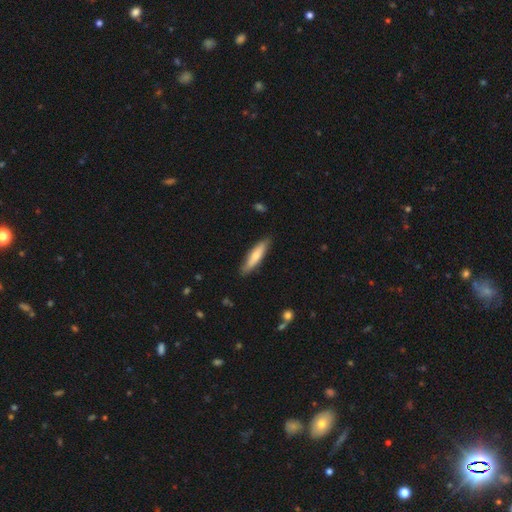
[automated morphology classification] smooth 65%, featured or disk 30%, star or artifact 5%. Down the decision tree: how rounded — cigar-shaped (74%); merging — none (84%).